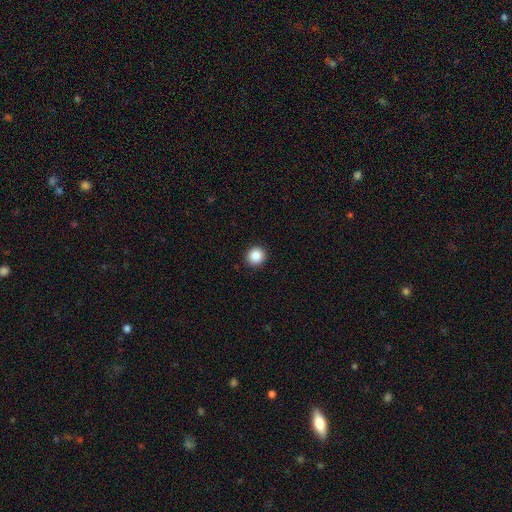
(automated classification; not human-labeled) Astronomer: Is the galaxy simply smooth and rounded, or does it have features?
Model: smooth — 88%.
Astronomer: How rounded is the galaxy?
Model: round — 91%.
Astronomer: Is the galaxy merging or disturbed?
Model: none — 92%.